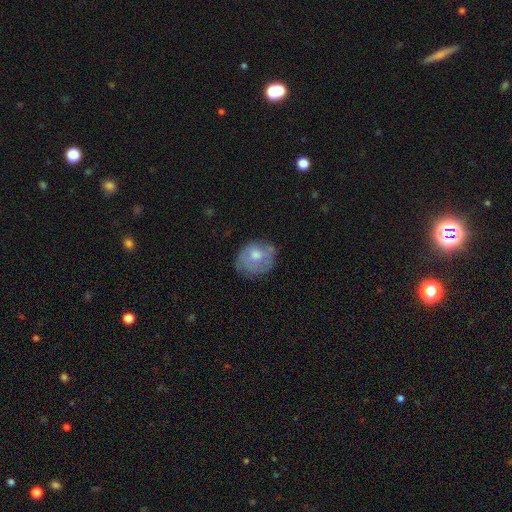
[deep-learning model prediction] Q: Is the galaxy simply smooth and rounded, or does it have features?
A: smooth — 52%.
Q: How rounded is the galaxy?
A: round — 63%.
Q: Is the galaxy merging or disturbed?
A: none — 57%.